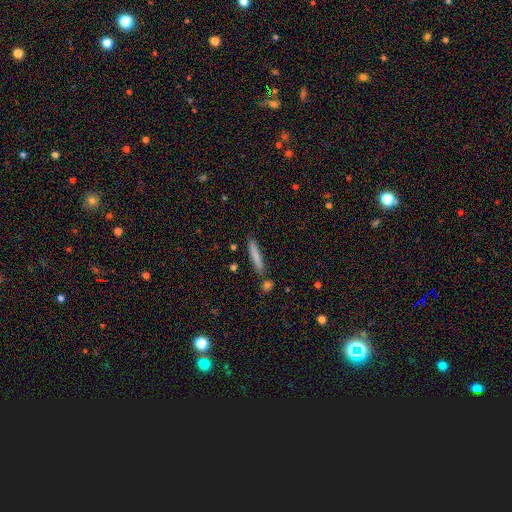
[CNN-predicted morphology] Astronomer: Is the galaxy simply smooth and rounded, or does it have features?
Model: smooth — 77%.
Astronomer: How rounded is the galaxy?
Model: cigar-shaped — 93%.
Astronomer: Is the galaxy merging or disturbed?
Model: none — 83%.